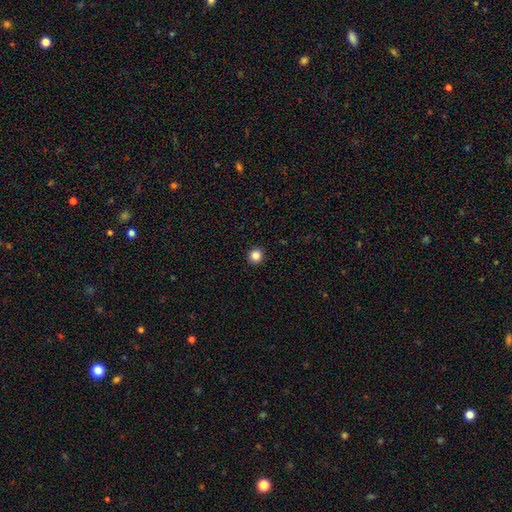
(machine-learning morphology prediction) Q: Smooth or featured?
A: smooth (85%); runner-up: star or artifact (11%)
Q: How rounded?
A: round (94%); runner-up: in between (5%)
Q: Merging?
A: none (93%); runner-up: minor disturbance (4%)